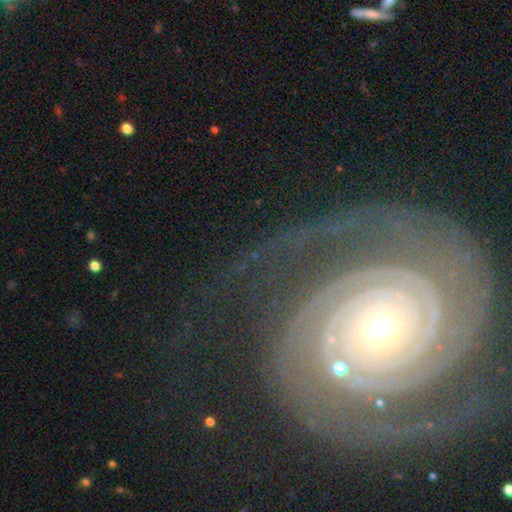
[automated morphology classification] This appears to be a featured or disk galaxy (90%) with no bar (78%), 2 (50%) tight (84%) spiral arms (98%) and a small central bulge (48%). Merging: none (69%).